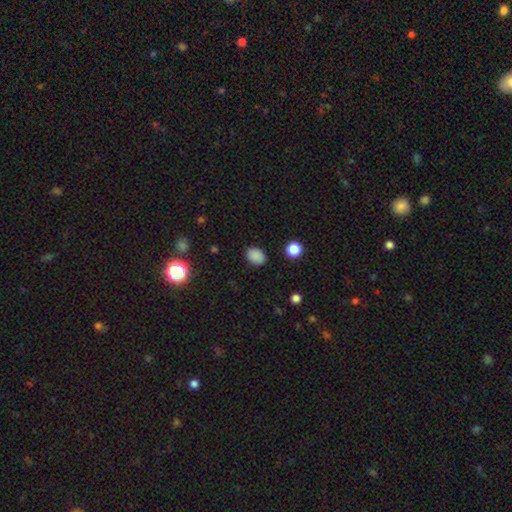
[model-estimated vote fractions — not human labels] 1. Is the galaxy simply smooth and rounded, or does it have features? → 86% smooth, 11% star or artifact, 3% featured or disk.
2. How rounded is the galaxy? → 74% in between, 25% round, 1% cigar-shaped.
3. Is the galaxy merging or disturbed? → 87% none, 9% minor disturbance, 2% major disturbance, 1% merger.